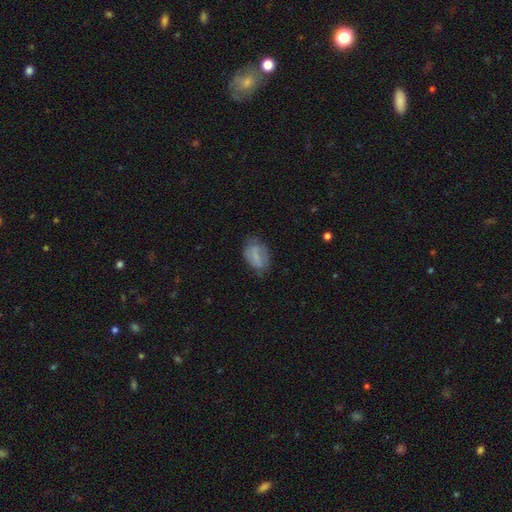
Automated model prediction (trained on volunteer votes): A smooth galaxy with no disk features (60%) that is in between round and cigar-shaped (85%).

Vote fractions:
- Smooth or featured? smooth: 60% / featured or disk: 32% / star or artifact: 8%
- How rounded? in between: 85% / round: 13% / cigar-shaped: 3%
- Merging? none: 64% / minor disturbance: 26% / major disturbance: 9% / merger: 2%